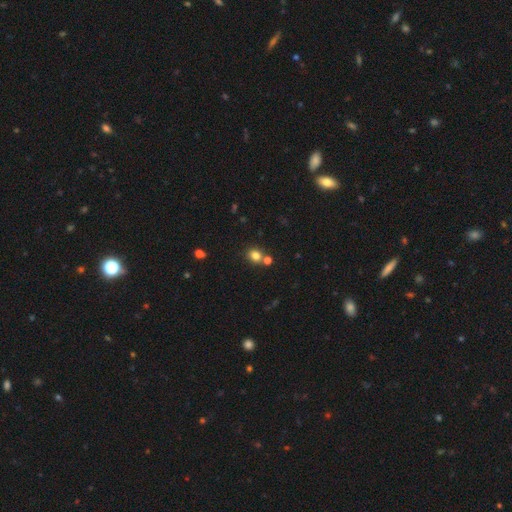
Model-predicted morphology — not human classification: Smooth or featured: smooth — 79% (star or artifact — 13%)
How rounded: round — 73% (in between — 26%)
Merging: none — 66% (merger — 22%)